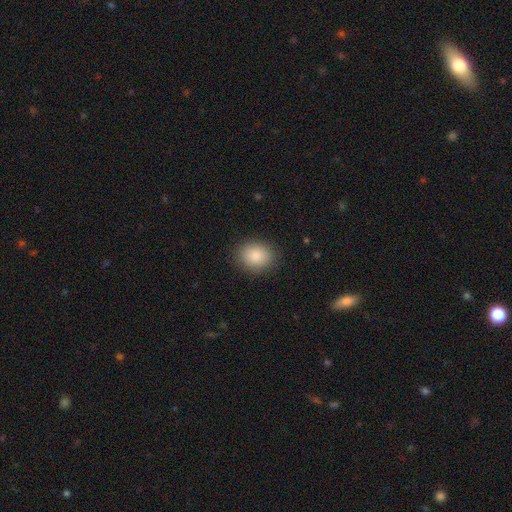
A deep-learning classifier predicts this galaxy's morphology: Smooth or featured? smooth (87%)
How rounded? round (50%)
Merging? none (88%)